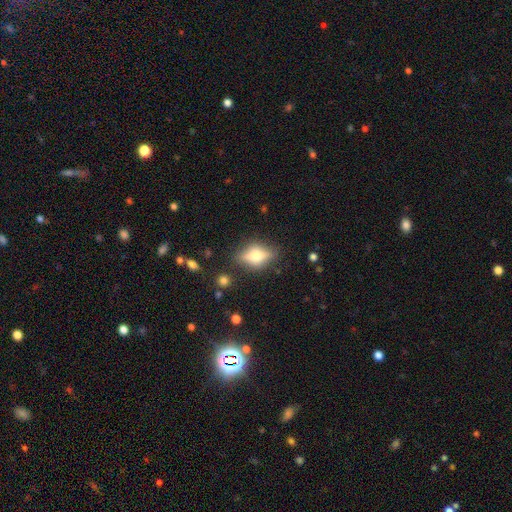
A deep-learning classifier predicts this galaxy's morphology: Smooth or featured: featured or disk — 50% (smooth — 41%)
Merging: none — 80% (minor disturbance — 13%)